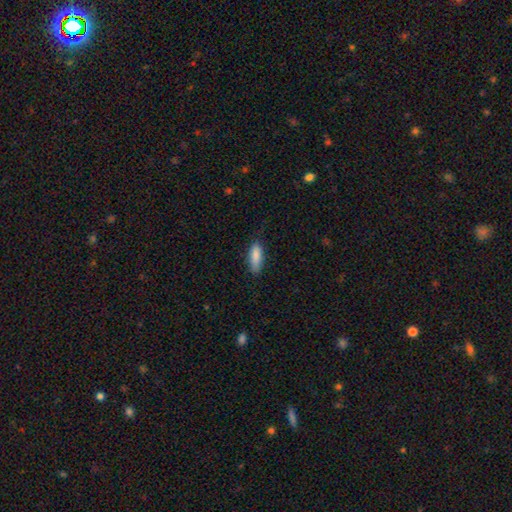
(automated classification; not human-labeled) This is clearly a smooth galaxy (87%). How rounded: possibly in between (54%). Merging: likely none (79%).